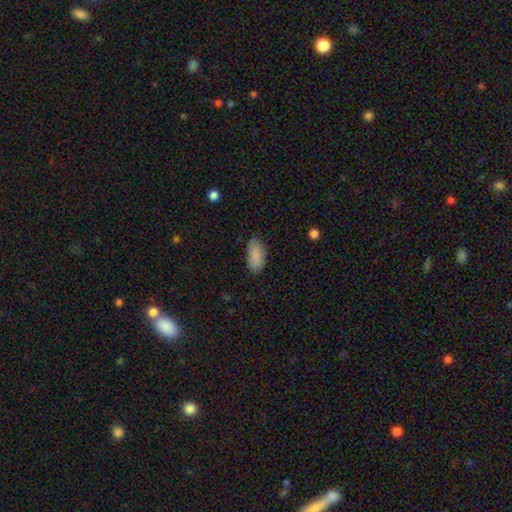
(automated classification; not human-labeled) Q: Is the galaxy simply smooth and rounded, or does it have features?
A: smooth — 87%.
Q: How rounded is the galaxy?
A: in between — 91%.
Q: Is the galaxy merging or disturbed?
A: none — 82%.